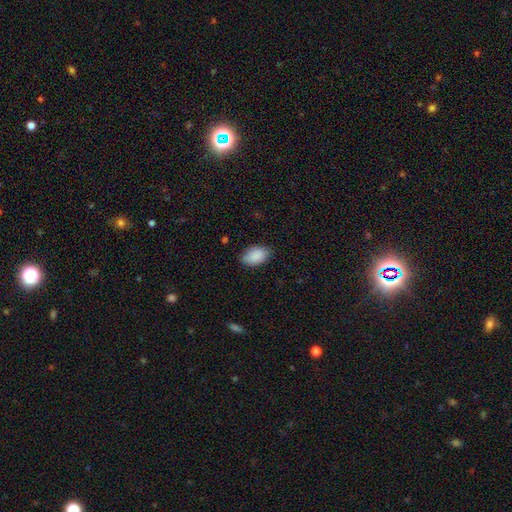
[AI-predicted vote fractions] smooth-or-featured: smooth: 90% | star or artifact: 6% | featured or disk: 4%
  how-rounded: in between: 92% | round: 7% | cigar-shaped: 1%
  merging: none: 80% | minor disturbance: 16% | major disturbance: 3% | merger: 1%